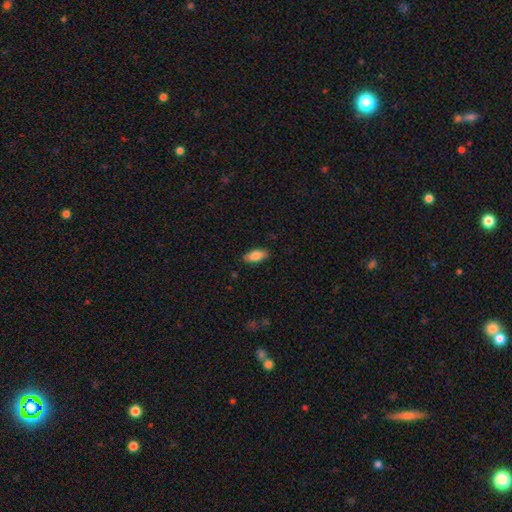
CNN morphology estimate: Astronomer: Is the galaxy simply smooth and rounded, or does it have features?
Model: smooth — 81%.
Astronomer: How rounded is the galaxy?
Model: in between — 85%.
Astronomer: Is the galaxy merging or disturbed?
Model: none — 86%.